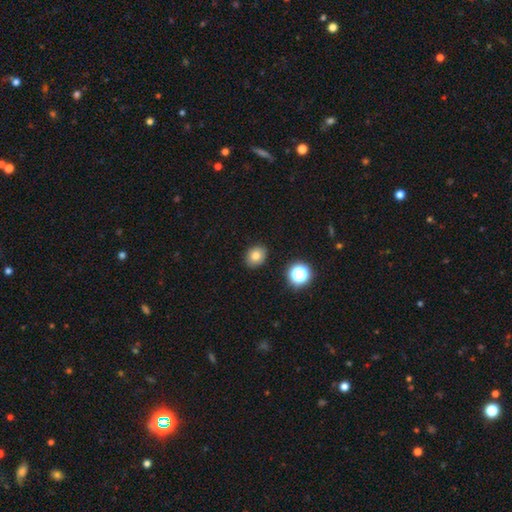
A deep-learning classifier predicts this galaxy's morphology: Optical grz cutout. It shows a smooth galaxy with no disk features (79%) that is round (52%). Merging: none (88%).